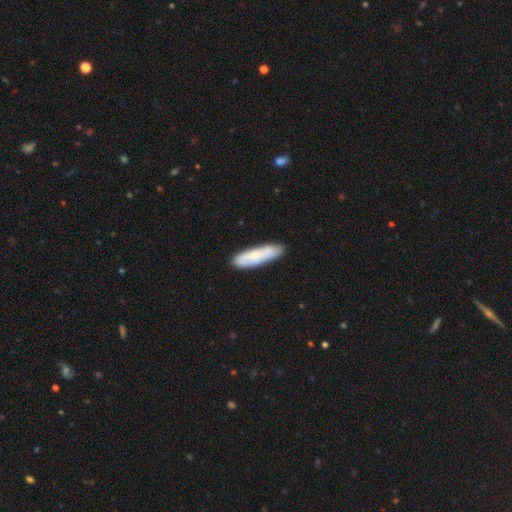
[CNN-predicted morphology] This is likely a smooth galaxy (69%). How rounded: likely cigar-shaped (69%). Merging: clearly none (84%).